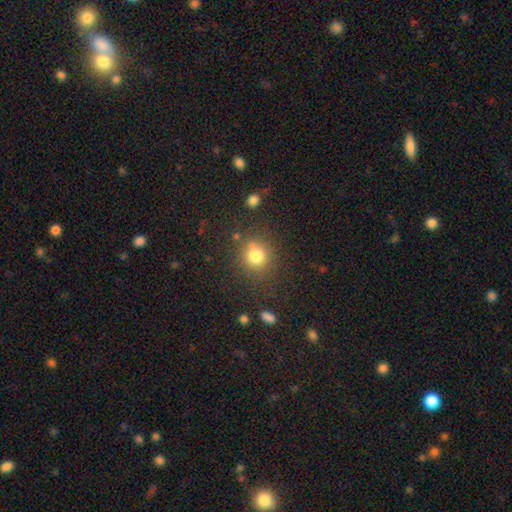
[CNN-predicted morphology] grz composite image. It shows a smooth galaxy with no disk features (80%) that is round (87%). Merging: none (76%).